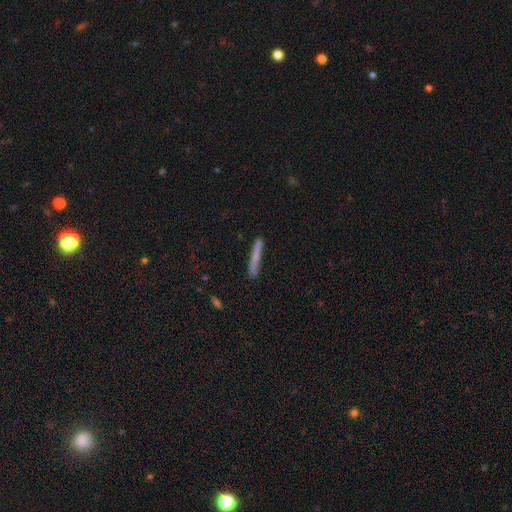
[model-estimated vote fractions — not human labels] smooth-or-featured: smooth: 68% | featured or disk: 25% | star or artifact: 7%
  how-rounded: cigar-shaped: 96% | in between: 2% | round: 1%
  merging: none: 82% | minor disturbance: 13% | major disturbance: 3% | merger: 3%